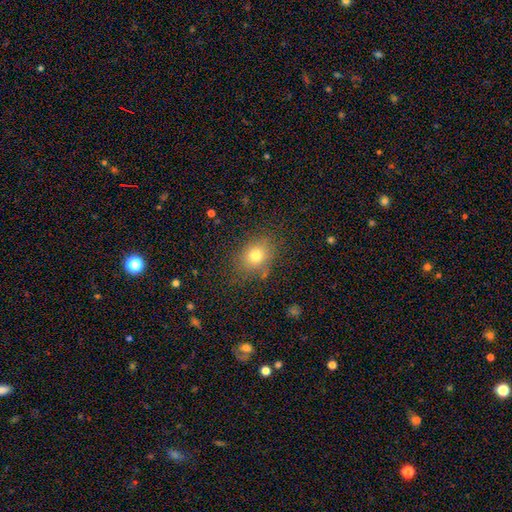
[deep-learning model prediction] This appears to be a smooth galaxy with no disk features (77%) that is round (54%). Merging: none (79%).